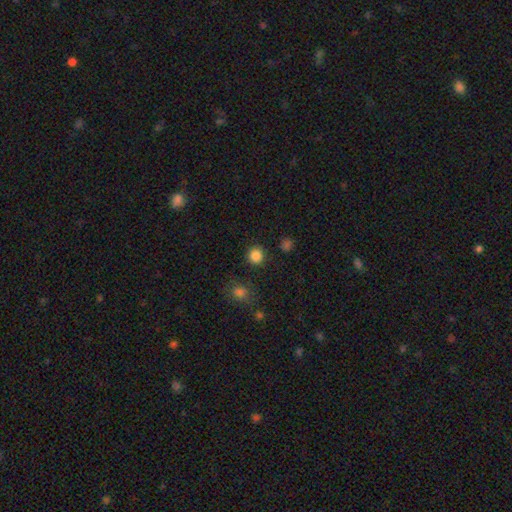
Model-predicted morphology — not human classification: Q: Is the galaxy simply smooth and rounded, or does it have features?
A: smooth — 85%.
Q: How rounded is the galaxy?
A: round — 92%.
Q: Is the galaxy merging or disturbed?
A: none — 89%.